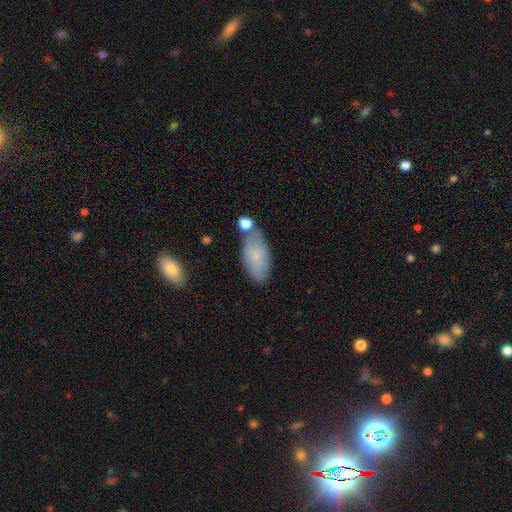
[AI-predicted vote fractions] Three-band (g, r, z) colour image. It shows a smooth galaxy with no disk features (76%) that is in between round and cigar-shaped (91%). Merging: none (62%).